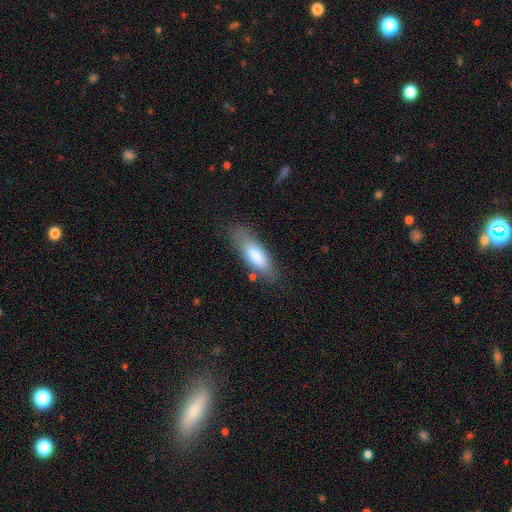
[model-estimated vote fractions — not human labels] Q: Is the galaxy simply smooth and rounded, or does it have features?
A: smooth — 80%.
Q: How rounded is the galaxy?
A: in between — 64%.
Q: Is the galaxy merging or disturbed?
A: none — 74%.